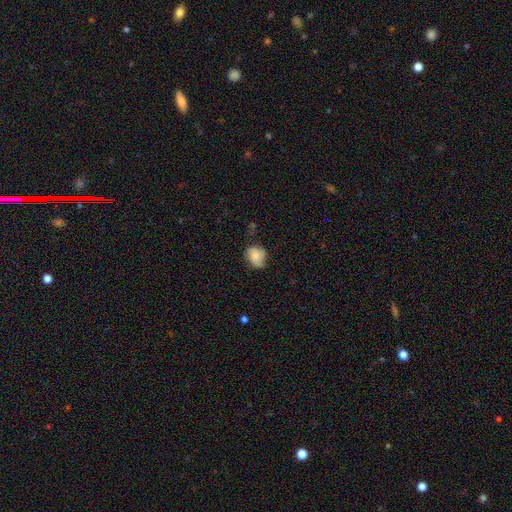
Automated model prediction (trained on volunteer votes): Smooth or featured?
  - smooth: 67% *
  - featured or disk: 24%
  - star or artifact: 9%
How rounded?
  - round: 52% *
  - in between: 47%
  - cigar-shaped: 1%
Merging?
  - none: 58% *
  - minor disturbance: 31%
  - major disturbance: 9%
  - merger: 2%